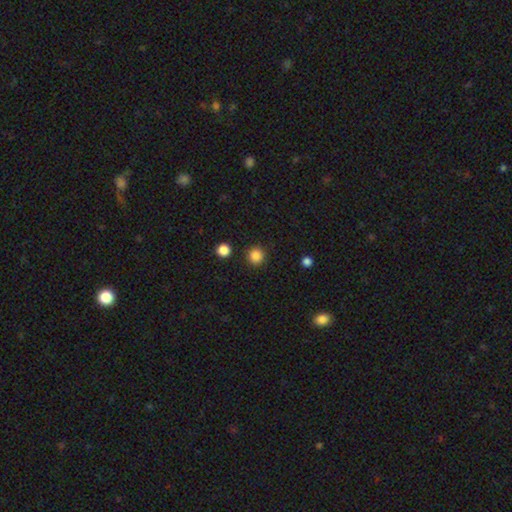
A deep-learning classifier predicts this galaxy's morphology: Overall: smooth (86%). How rounded: round (95%). Merging: none (90%).